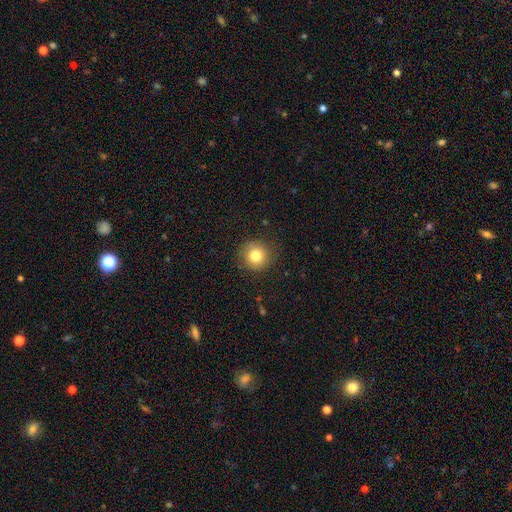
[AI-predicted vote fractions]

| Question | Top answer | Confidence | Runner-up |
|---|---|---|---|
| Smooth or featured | smooth | 80% | star or artifact (10%) |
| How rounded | round | 92% | in between (7%) |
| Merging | none | 86% | minor disturbance (10%) |